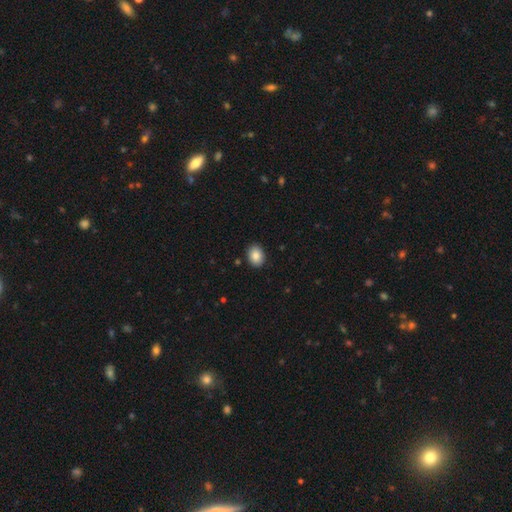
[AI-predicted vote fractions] Smooth or featured?
  - smooth: 87% *
  - star or artifact: 8%
  - featured or disk: 5%
How rounded?
  - in between: 61% *
  - round: 38%
  - cigar-shaped: 1%
Merging?
  - none: 90% *
  - minor disturbance: 7%
  - major disturbance: 2%
  - merger: 1%